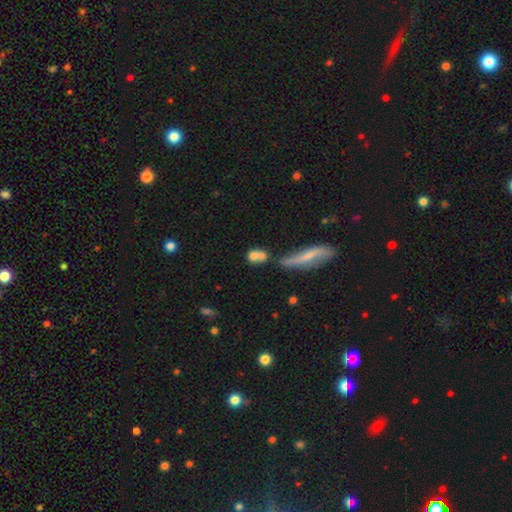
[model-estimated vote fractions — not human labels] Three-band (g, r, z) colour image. It shows a smooth galaxy with no disk features (69%) that is in between round and cigar-shaped (49%). Merging: merger (54%).